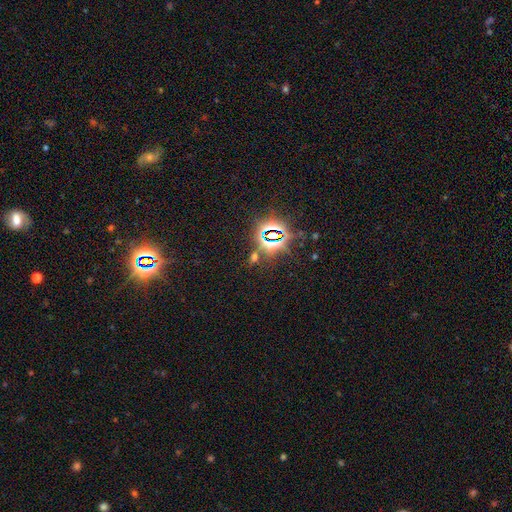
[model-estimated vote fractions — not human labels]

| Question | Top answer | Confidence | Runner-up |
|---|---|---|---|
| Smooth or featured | star or artifact | 80% | smooth (13%) |